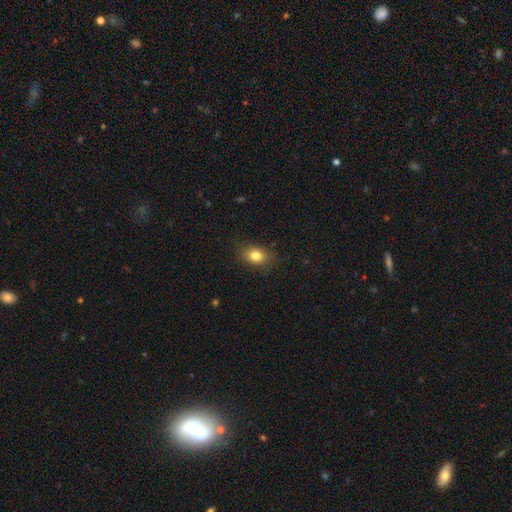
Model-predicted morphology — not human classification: The model was most divided on "how rounded": in between: 68%, round: 30%, cigar-shaped: 2%. More confident: merging — none (83%); smooth or featured — smooth (81%).